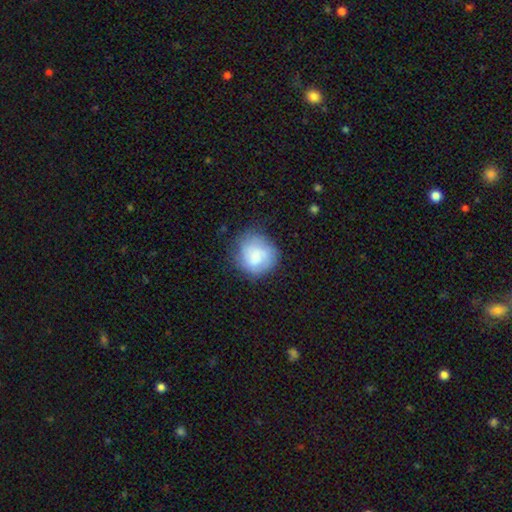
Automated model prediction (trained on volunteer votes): Smooth or featured? smooth (71%)
How rounded? round (85%)
Merging? none (64%)